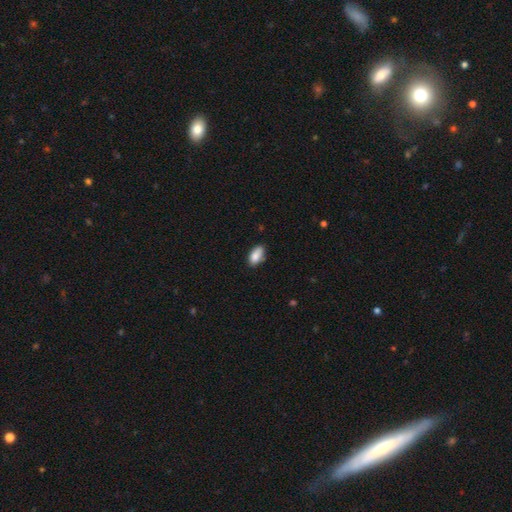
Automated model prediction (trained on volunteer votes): Smooth or featured? Predicted: smooth (p=0.86). How rounded? Predicted: in between (p=0.92). Merging? Predicted: none (p=0.74).